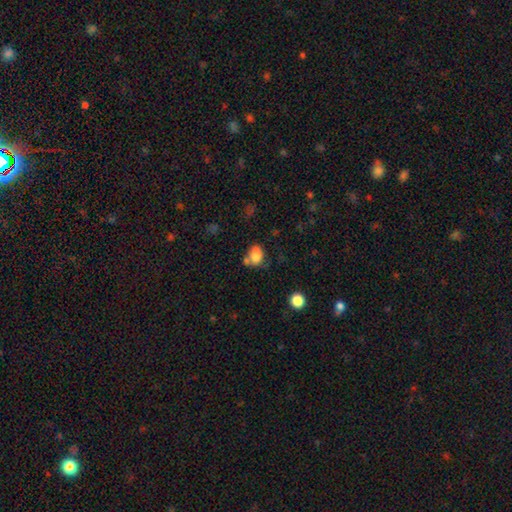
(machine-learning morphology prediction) Smooth or featured? Predicted: smooth (p=0.83). How rounded? Predicted: in between (p=0.72). Merging? Predicted: none (p=0.50).